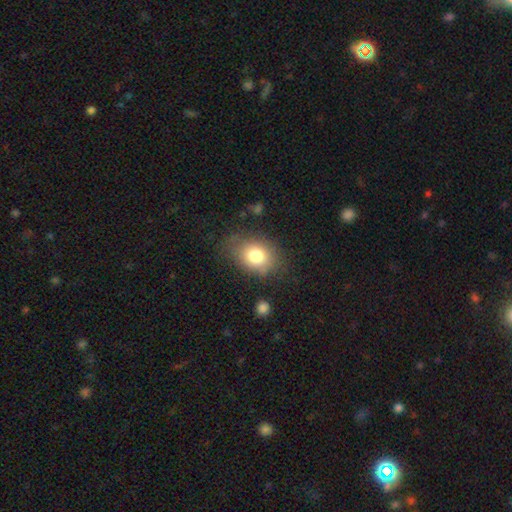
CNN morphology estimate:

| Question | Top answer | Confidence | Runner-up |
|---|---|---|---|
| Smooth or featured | smooth | 79% | featured or disk (12%) |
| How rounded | in between | 62% | round (37%) |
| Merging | none | 69% | minor disturbance (20%) |